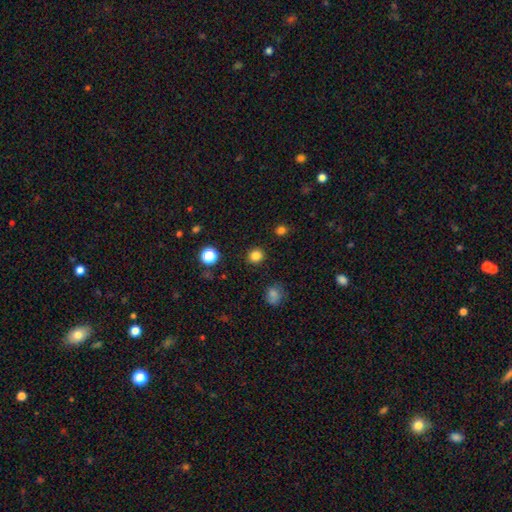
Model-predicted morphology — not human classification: This appears to be a smooth galaxy with no disk features (83%) that is round (89%). Merging: none (91%).